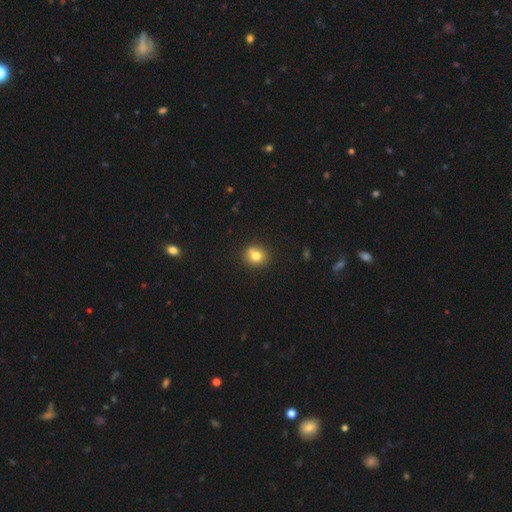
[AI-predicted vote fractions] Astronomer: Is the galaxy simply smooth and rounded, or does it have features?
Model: smooth — 76%.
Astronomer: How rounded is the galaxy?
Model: round — 76%.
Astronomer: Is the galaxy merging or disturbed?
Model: none — 72%.